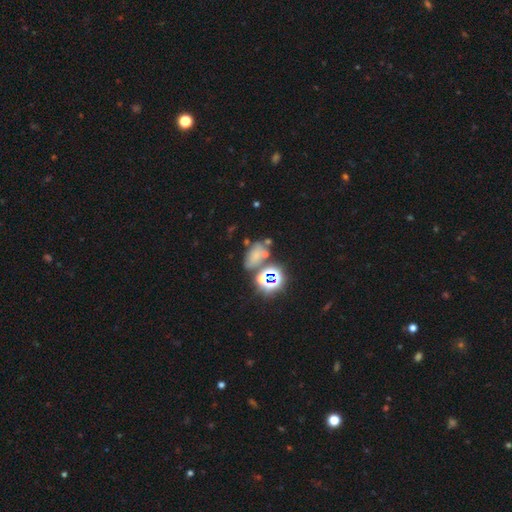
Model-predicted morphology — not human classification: Q: Smooth or featured?
A: smooth (48%); runner-up: star or artifact (36%)
Q: Merging?
A: none (46%); runner-up: merger (24%)